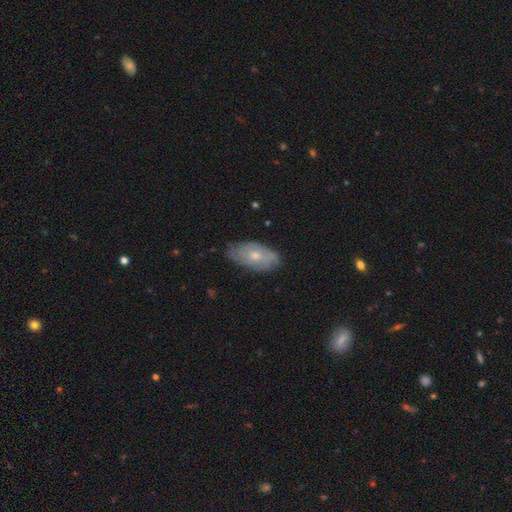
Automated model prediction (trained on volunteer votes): smooth 51%, featured or disk 42%, star or artifact 7%. Down the decision tree: how rounded — in between (91%); merging — none (69%).